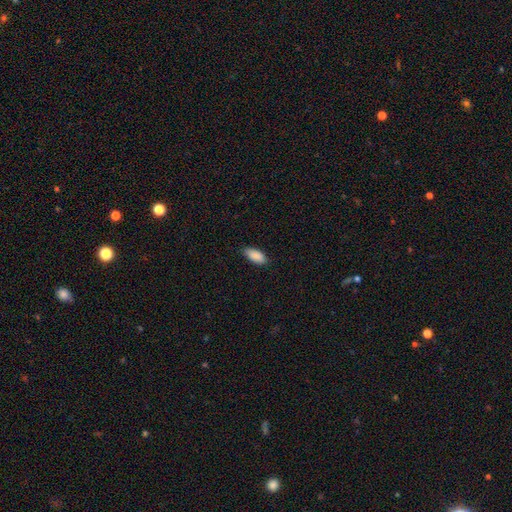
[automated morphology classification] A smooth galaxy with no disk features (90%) that is in between round and cigar-shaped (88%). Merging: none (84%).